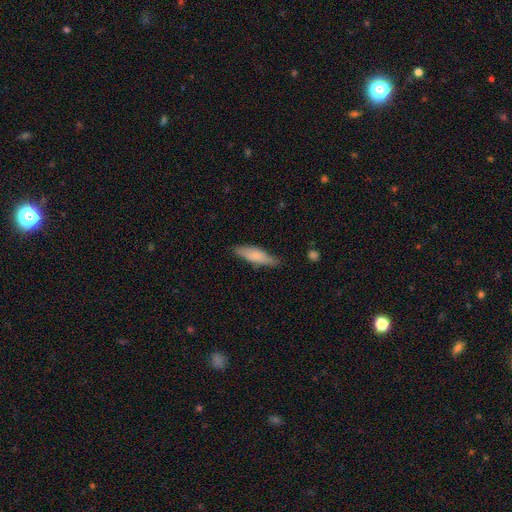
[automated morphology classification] Q: Smooth or featured?
A: smooth (69%); runner-up: featured or disk (26%)
Q: How rounded?
A: cigar-shaped (63%); runner-up: in between (36%)
Q: Merging?
A: none (77%); runner-up: minor disturbance (18%)